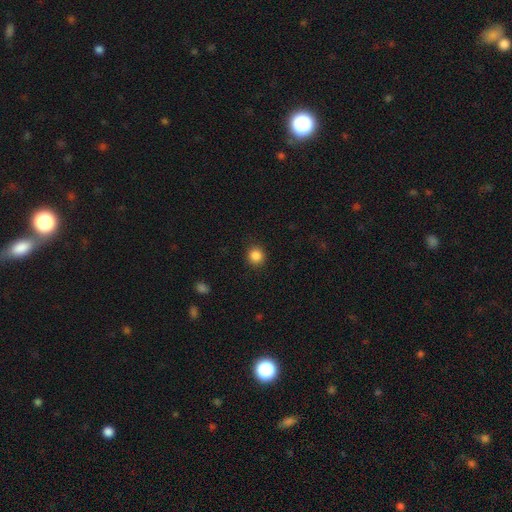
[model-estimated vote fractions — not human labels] The model was most divided on "smooth or featured": smooth: 86%, star or artifact: 11%, featured or disk: 3%. More confident: how rounded — round (91%); merging — none (90%).